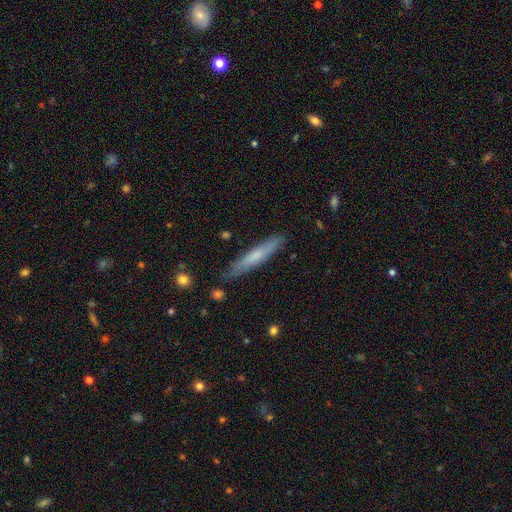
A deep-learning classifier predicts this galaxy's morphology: A smooth galaxy with no disk features (62%) that is cigar-shaped (92%).

Vote fractions:
- Smooth or featured? smooth: 62% / featured or disk: 33% / star or artifact: 6%
- How rounded? cigar-shaped: 92% / in between: 6% / round: 1%
- Merging? none: 84% / minor disturbance: 12% / major disturbance: 2% / merger: 2%